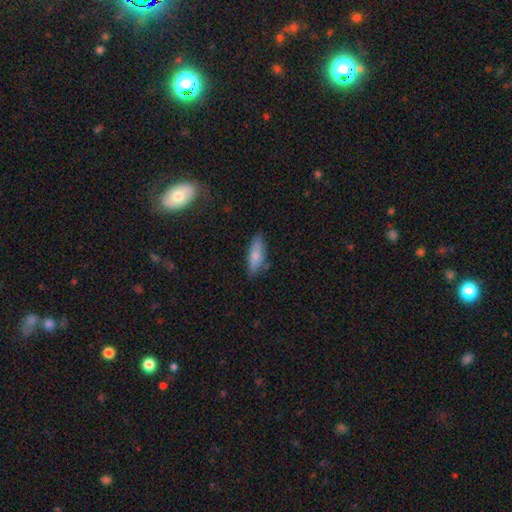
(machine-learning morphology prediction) smooth 78%, featured or disk 16%, star or artifact 6%. Down the decision tree: how rounded — in between (65%); merging — none (76%).